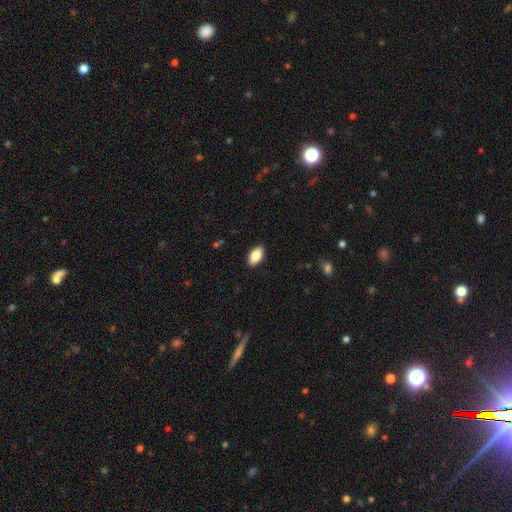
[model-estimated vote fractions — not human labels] Smooth or featured: smooth — 85% (featured or disk — 8%)
How rounded: in between — 92% (cigar-shaped — 4%)
Merging: none — 89% (minor disturbance — 8%)